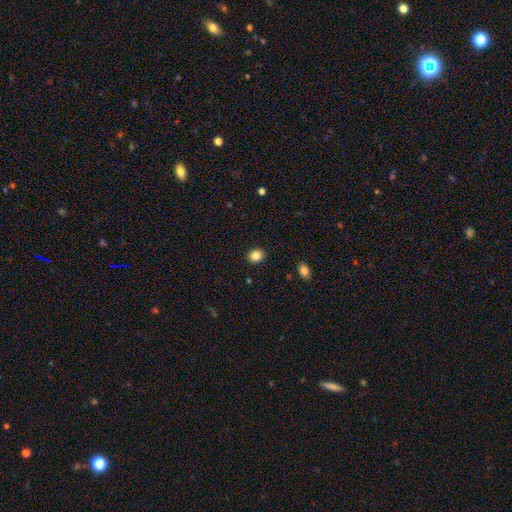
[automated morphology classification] smooth 85%, star or artifact 10%, featured or disk 6%. Down the decision tree: how rounded — round (52%); merging — none (89%).